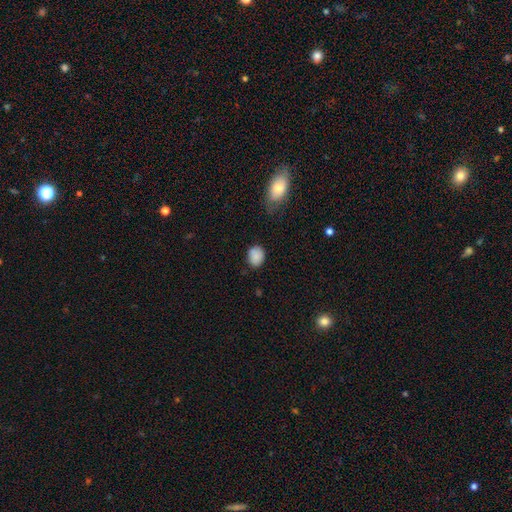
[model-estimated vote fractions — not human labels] Overall: smooth (85%). How rounded: round (50%; in between 49%). Merging: none (71%).